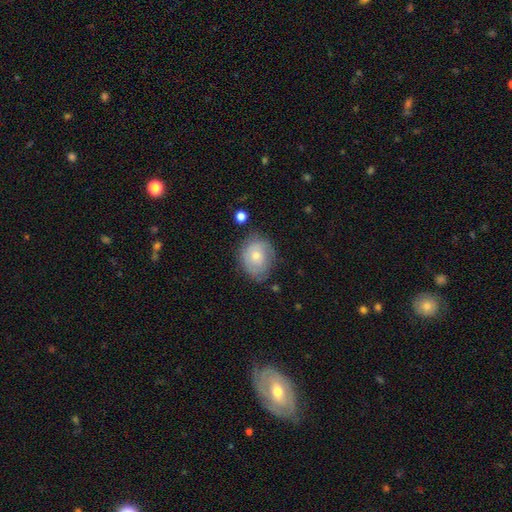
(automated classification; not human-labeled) Smooth or featured? Predicted: smooth (p=0.56). How rounded? Predicted: round (p=0.60). Merging? Predicted: none (p=0.64).